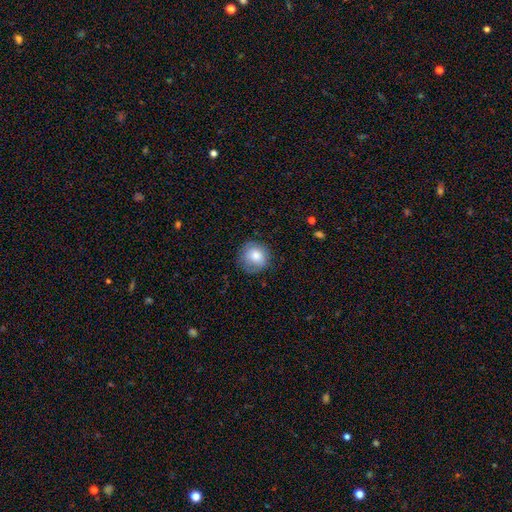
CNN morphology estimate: Smooth or featured? Predicted: smooth (p=0.78). How rounded? Predicted: round (p=0.86). Merging? Predicted: none (p=0.75).